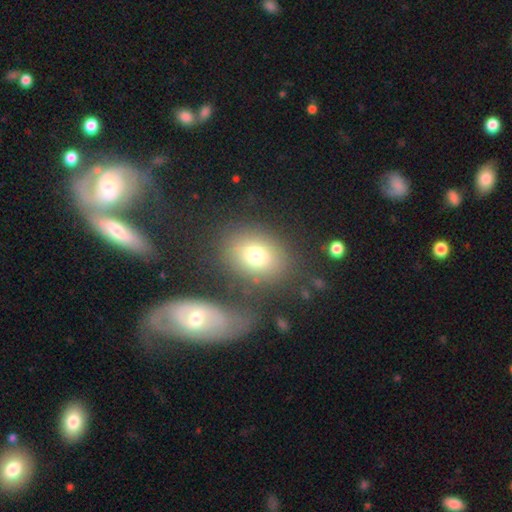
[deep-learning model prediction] smooth-or-featured: smooth: 73% | featured or disk: 17% | star or artifact: 10%
  how-rounded: in between: 66% | round: 33% | cigar-shaped: 1%
  merging: none: 63% | merger: 17% | minor disturbance: 13% | major disturbance: 7%